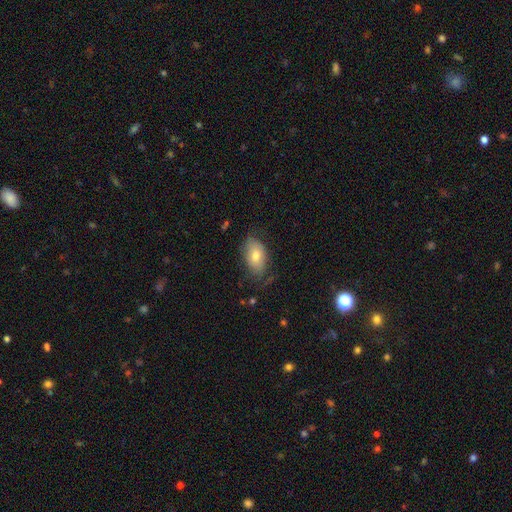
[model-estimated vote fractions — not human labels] Smooth or featured?
  - smooth: 68% *
  - featured or disk: 23%
  - star or artifact: 8%
How rounded?
  - in between: 89% *
  - round: 9%
  - cigar-shaped: 2%
Merging?
  - none: 63% *
  - minor disturbance: 26%
  - major disturbance: 9%
  - merger: 2%